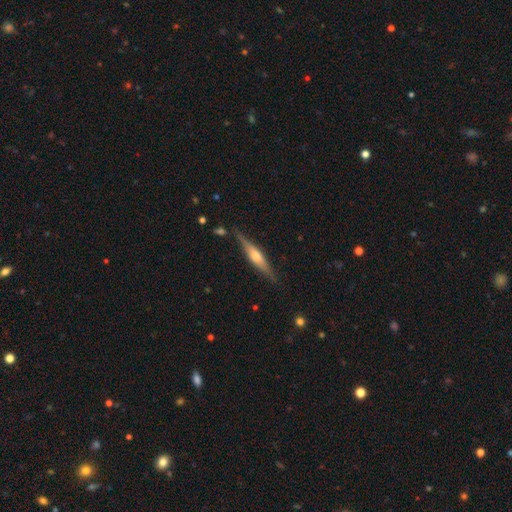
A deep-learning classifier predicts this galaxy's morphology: type=featured or disk (67%); edge-on=yes (96%); edge-on bulge=rounded (80%); merging=none (84%).